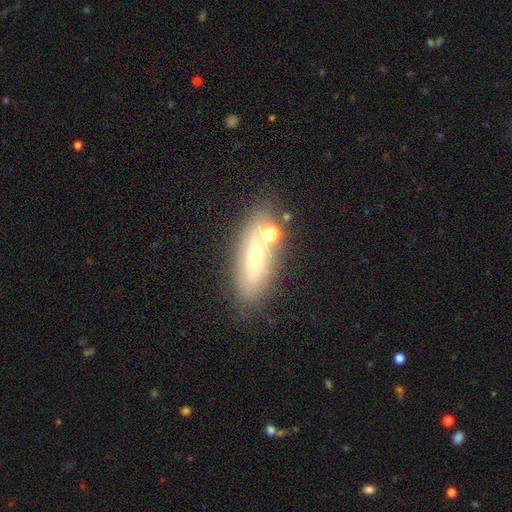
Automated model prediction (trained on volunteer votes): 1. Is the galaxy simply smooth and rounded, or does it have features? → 43% featured or disk (tied), 43% smooth (tied), 14% star or artifact.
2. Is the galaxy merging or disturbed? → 66% none, 15% minor disturbance, 13% merger, 6% major disturbance.